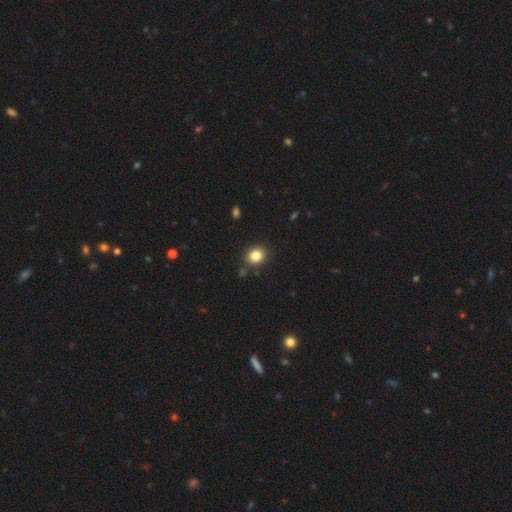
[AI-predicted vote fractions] Morphology: type=smooth (83%); roundness=round (69%); merging=none (87%).